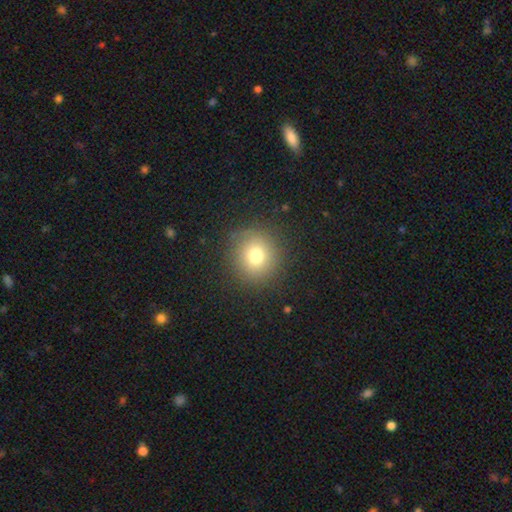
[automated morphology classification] A smooth galaxy with no disk features (74%) that is round (90%). Merging: none (87%).